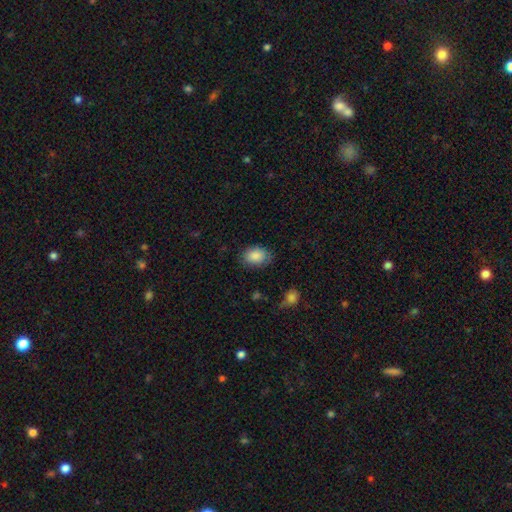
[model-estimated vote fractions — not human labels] Q: Smooth or featured?
A: smooth (86%); runner-up: star or artifact (7%)
Q: How rounded?
A: in between (76%); runner-up: round (23%)
Q: Merging?
A: none (76%); runner-up: minor disturbance (18%)